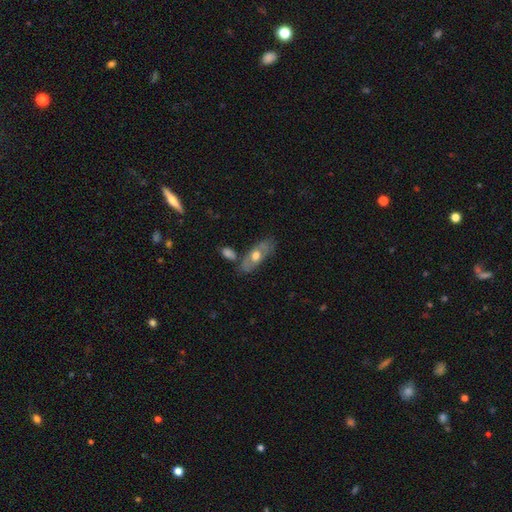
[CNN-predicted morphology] featured or disk 48%, smooth 46%, star or artifact 6%. Down the decision tree: merging — none (66%).